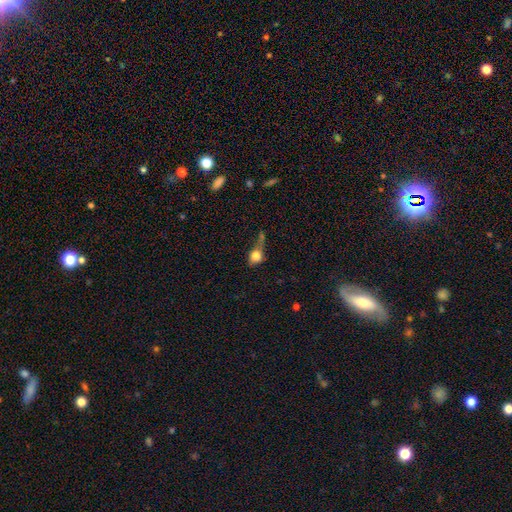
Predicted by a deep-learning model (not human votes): smooth_or_featured: smooth (p=0.74) [alt: featured or disk p=0.15]
how_rounded: round (p=0.57) [alt: in between p=0.39]
merging: major disturbance (p=0.31) [alt: none p=0.27]